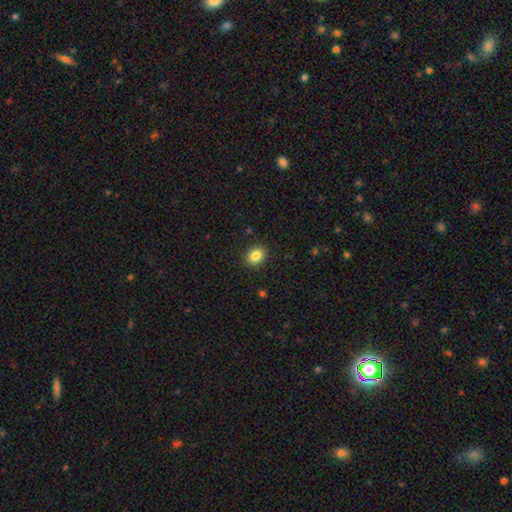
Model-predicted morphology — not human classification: smooth 84%, star or artifact 10%, featured or disk 6%. Down the decision tree: how rounded — round (61%); merging — none (90%).